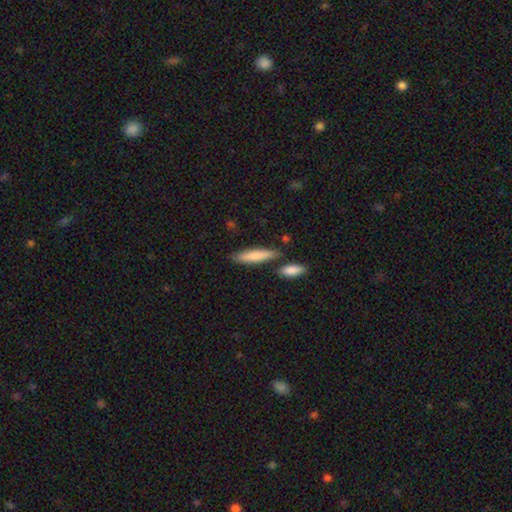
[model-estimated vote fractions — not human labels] This appears to be a smooth galaxy with no disk features (81%) that is cigar-shaped (76%). Merging: none (75%).